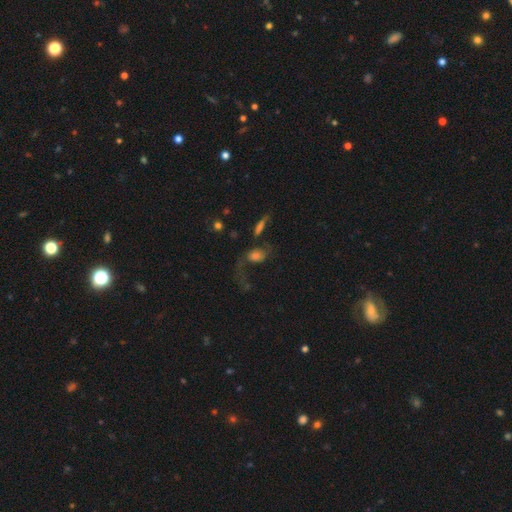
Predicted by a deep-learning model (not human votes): The model was most divided on "merging": major disturbance: 41%, none: 30%, merger: 15%, minor disturbance: 13%. Remaining: smooth or featured — smooth (47%).